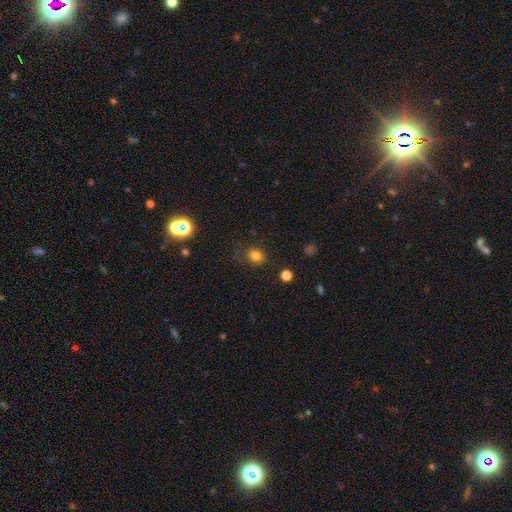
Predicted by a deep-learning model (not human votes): Smooth or featured: smooth — 78% (star or artifact — 15%)
How rounded: round — 58% (in between — 41%)
Merging: none — 70% (minor disturbance — 20%)